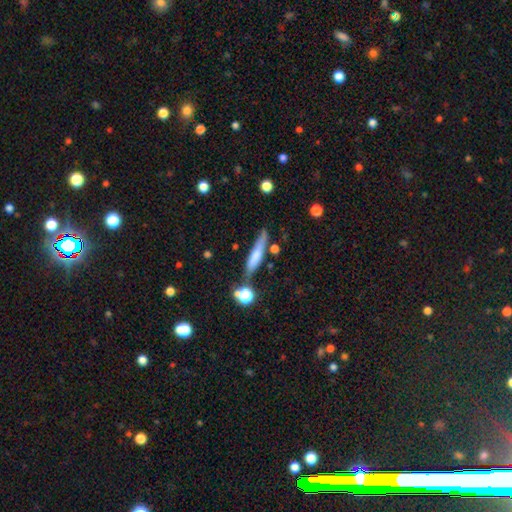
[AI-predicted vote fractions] This is likely a smooth galaxy (65%). How rounded: clearly cigar-shaped (85%). Merging: likely none (68%).